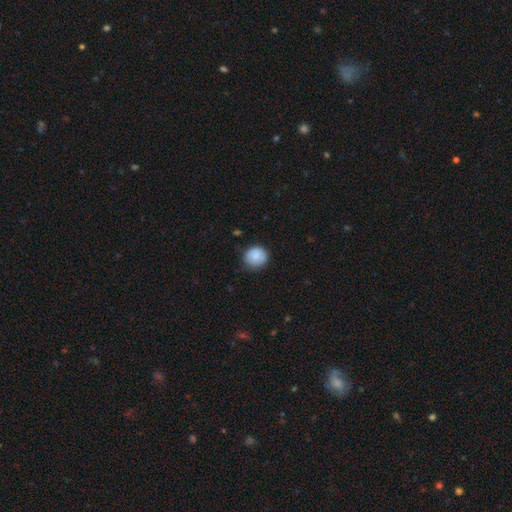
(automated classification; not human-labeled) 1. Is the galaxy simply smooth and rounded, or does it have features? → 85% smooth, 8% featured or disk, 7% star or artifact.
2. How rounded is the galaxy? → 83% round, 16% in between, 1% cigar-shaped.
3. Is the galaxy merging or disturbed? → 73% none, 22% minor disturbance, 4% major disturbance, 1% merger.